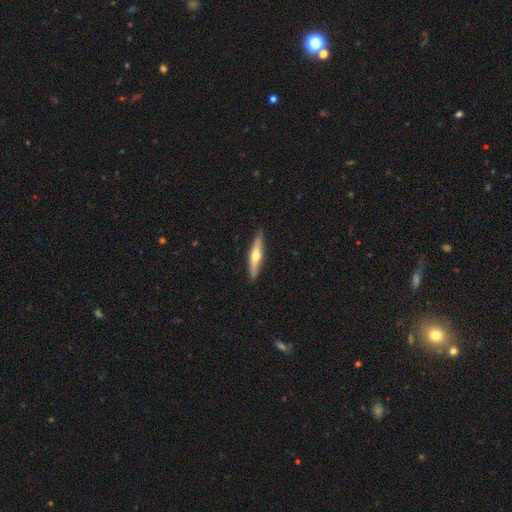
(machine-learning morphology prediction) A featured or disk galaxy (52%) viewed edge-on (92%).

Vote fractions:
- Smooth or featured? featured or disk: 52% / smooth: 43% / star or artifact: 5%
- Edge-on disk? yes: 92% / no: 8%
- Merging? none: 89% / minor disturbance: 9% / major disturbance: 2% / merger: 1%